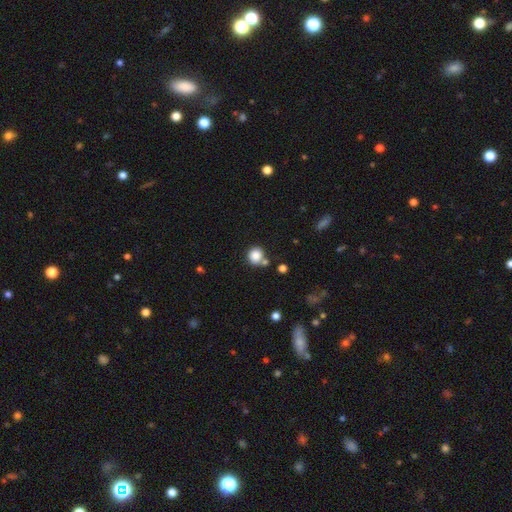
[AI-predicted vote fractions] smooth-or-featured: smooth: 85% | star or artifact: 10% | featured or disk: 5%
  how-rounded: round: 87% | in between: 12% | cigar-shaped: 1%
  merging: none: 67% | merger: 17% | minor disturbance: 12% | major disturbance: 4%